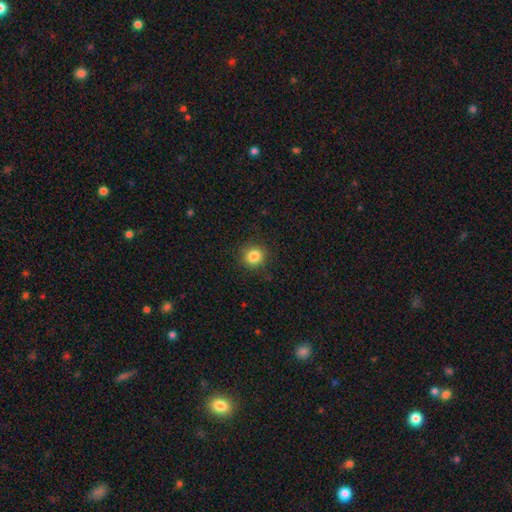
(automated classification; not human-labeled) smooth 85%, star or artifact 11%, featured or disk 5%. Down the decision tree: how rounded — round (86%); merging — none (88%).